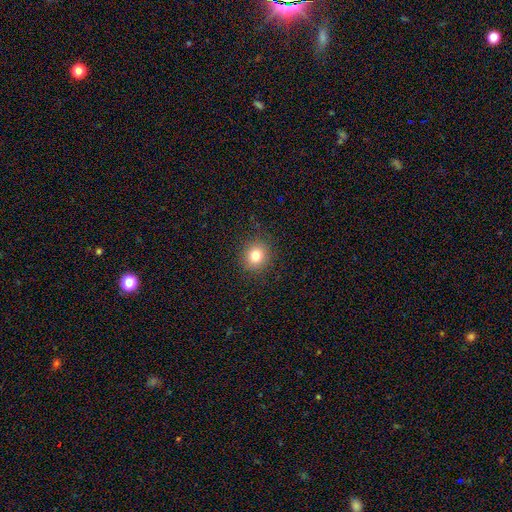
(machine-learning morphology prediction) Smooth or featured: smooth — 80% (star or artifact — 12%)
How rounded: round — 83% (in between — 16%)
Merging: none — 89% (minor disturbance — 7%)